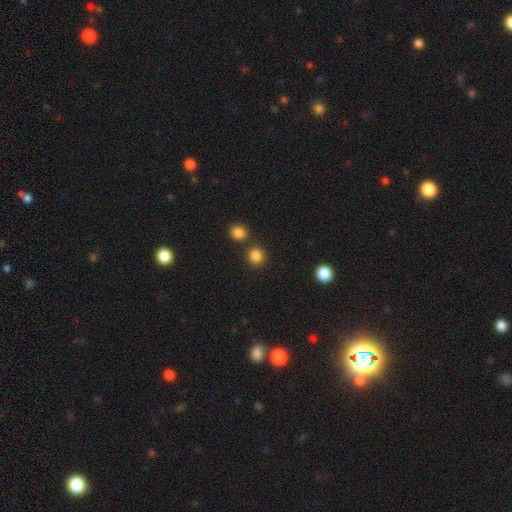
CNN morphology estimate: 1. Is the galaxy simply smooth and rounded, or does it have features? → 84% smooth, 12% star or artifact, 4% featured or disk.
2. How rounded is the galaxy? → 88% round, 11% in between, 1% cigar-shaped.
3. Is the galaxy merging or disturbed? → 79% none, 11% merger, 7% minor disturbance, 2% major disturbance.